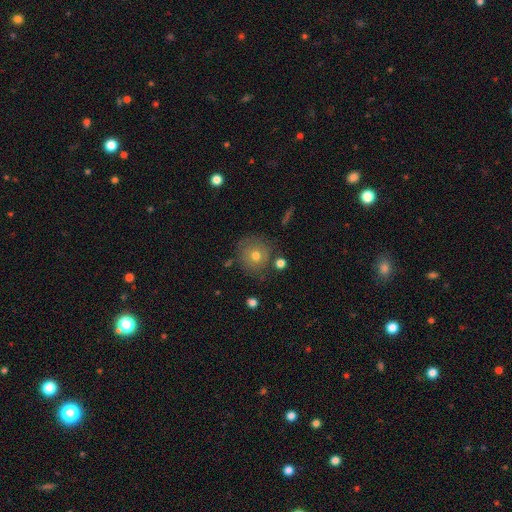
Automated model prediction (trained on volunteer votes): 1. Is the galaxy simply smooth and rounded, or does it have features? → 63% smooth, 24% featured or disk, 12% star or artifact.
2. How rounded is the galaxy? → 90% round, 9% in between, 1% cigar-shaped.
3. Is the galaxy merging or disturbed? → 76% none, 15% minor disturbance, 6% major disturbance, 4% merger.